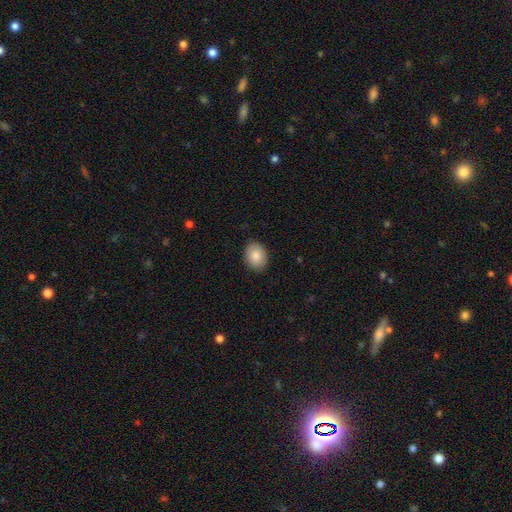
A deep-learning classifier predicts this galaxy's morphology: smooth-or-featured: smooth: 86% | star or artifact: 7% | featured or disk: 7%
  how-rounded: in between: 64% | round: 35% | cigar-shaped: 1%
  merging: none: 88% | minor disturbance: 9% | major disturbance: 2% | merger: 1%